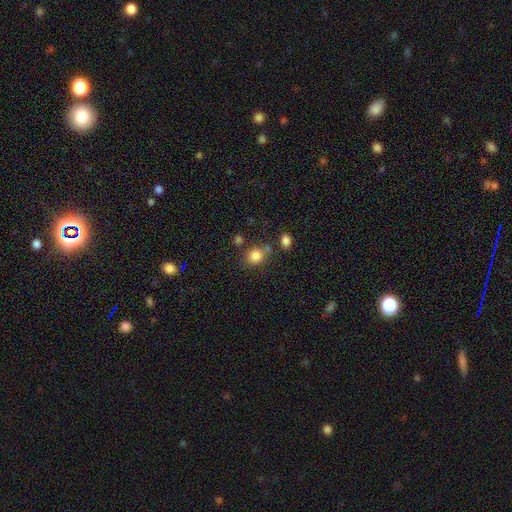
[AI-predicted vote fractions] A smooth galaxy with no disk features (83%) that is round (67%).

Vote fractions:
- Smooth or featured? smooth: 83% / star or artifact: 11% / featured or disk: 6%
- How rounded? round: 67% / in between: 32% / cigar-shaped: 1%
- Merging? none: 68% / minor disturbance: 14% / merger: 13% / major disturbance: 5%